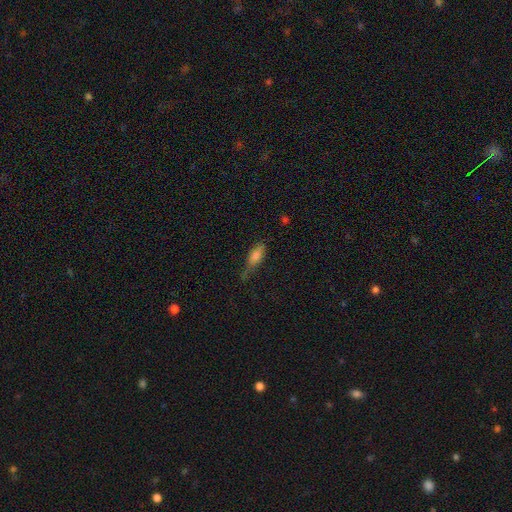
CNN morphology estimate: smooth 74%, featured or disk 17%, star or artifact 9%. Down the decision tree: how rounded — in between (68%); merging — none (46%).